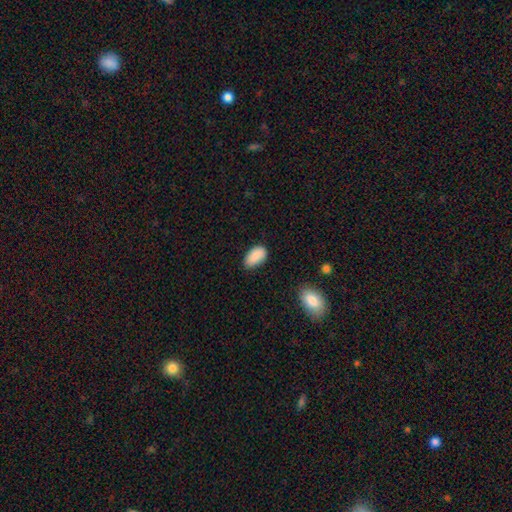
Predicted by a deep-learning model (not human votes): A smooth galaxy with no disk features (87%) that is in between round and cigar-shaped (94%). Merging: none (74%).